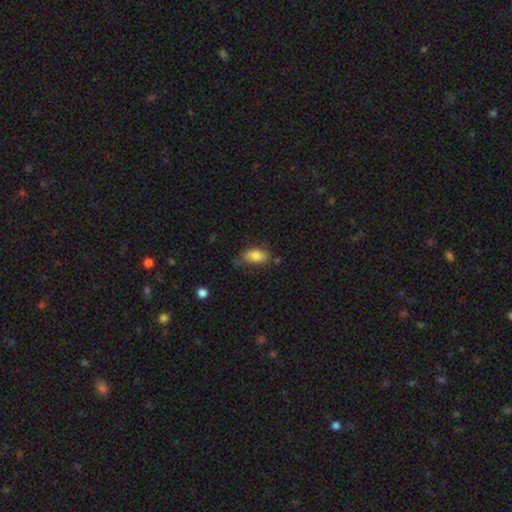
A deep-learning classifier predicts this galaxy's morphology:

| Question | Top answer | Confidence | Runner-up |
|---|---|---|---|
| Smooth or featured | smooth | 79% | featured or disk (13%) |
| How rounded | in between | 90% | round (6%) |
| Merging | none | 61% | minor disturbance (27%) |